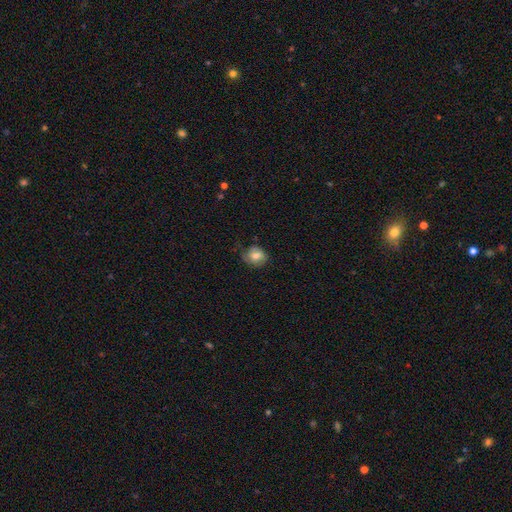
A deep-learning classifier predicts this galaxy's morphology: smooth-or-featured: smooth: 66% | featured or disk: 25% | star or artifact: 9%
  how-rounded: round: 61% | in between: 38% | cigar-shaped: 1%
  merging: none: 61% | minor disturbance: 28% | major disturbance: 10% | merger: 2%